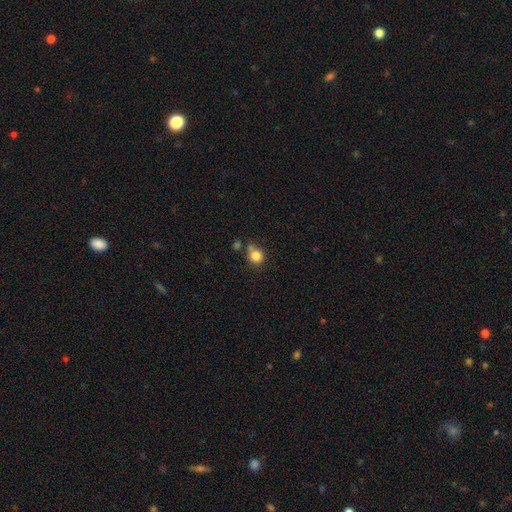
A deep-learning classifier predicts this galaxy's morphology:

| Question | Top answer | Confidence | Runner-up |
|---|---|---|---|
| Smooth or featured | smooth | 83% | star or artifact (11%) |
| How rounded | round | 84% | in between (15%) |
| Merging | none | 58% | merger (20%) |